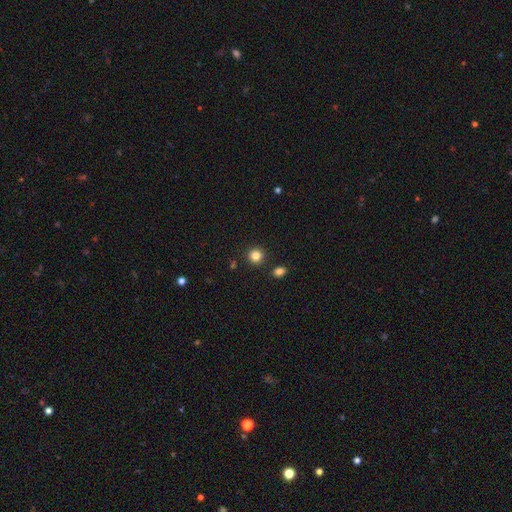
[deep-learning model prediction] A smooth galaxy with no disk features (84%) that is round (92%).

Vote fractions:
- Smooth or featured? smooth: 84% / star or artifact: 12% / featured or disk: 4%
- How rounded? round: 92% / in between: 7% / cigar-shaped: 1%
- Merging? none: 89% / minor disturbance: 5% / merger: 3% / major disturbance: 2%